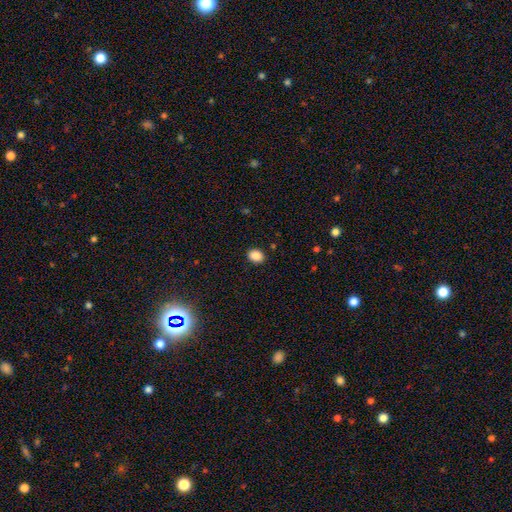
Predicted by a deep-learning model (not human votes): Overall: smooth (88%). How rounded: in between (55%; round 44%). Merging: none (90%).